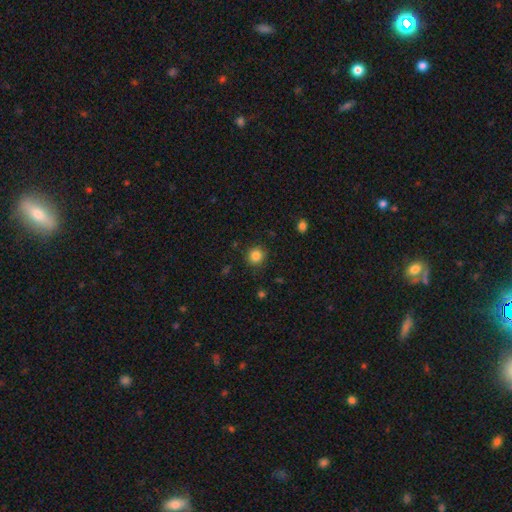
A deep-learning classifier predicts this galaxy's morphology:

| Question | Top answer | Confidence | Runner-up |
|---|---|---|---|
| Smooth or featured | smooth | 85% | star or artifact (11%) |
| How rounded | round | 91% | in between (8%) |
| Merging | none | 89% | minor disturbance (8%) |